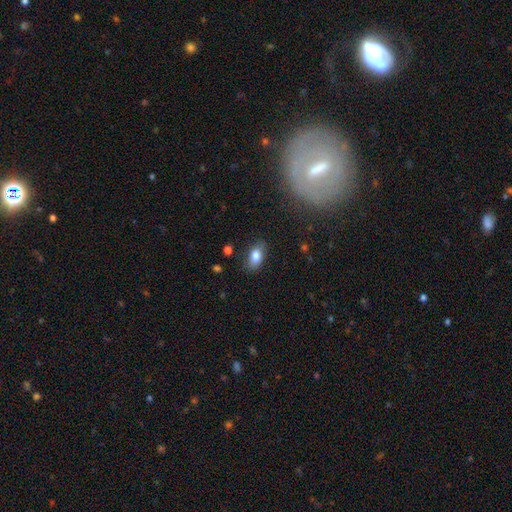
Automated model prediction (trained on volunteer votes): Overall: smooth (82%). How rounded: in between (89%). Merging: none (78%).